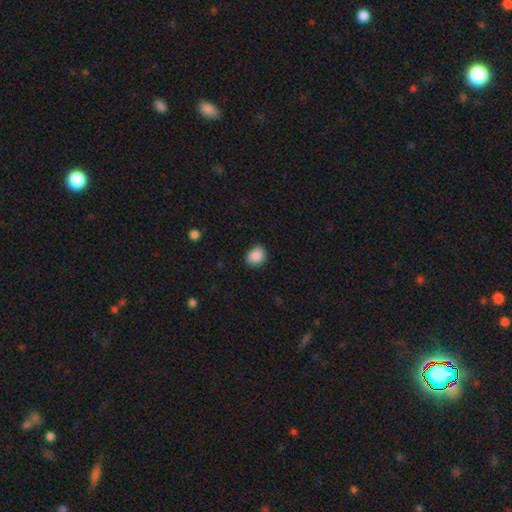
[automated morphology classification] This appears to be a smooth galaxy with no disk features (88%) that is round (56%). Merging: none (82%).